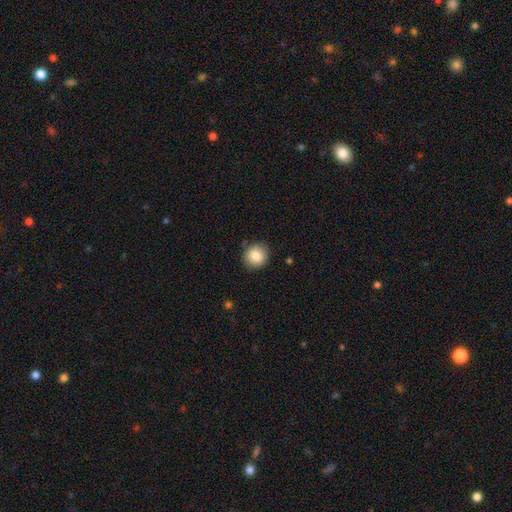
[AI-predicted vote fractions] The model was most divided on "how rounded": round: 85%, in between: 14%, cigar-shaped: 1%. More confident: merging — none (88%); smooth or featured — smooth (85%).